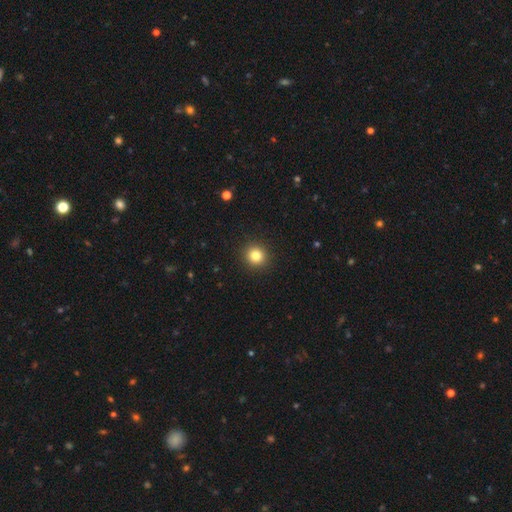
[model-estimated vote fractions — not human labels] A smooth galaxy with no disk features (82%) that is round (91%).

Vote fractions:
- Smooth or featured? smooth: 82% / star or artifact: 12% / featured or disk: 6%
- How rounded? round: 91% / in between: 8% / cigar-shaped: 1%
- Merging? none: 92% / minor disturbance: 5% / major disturbance: 2% / merger: 1%